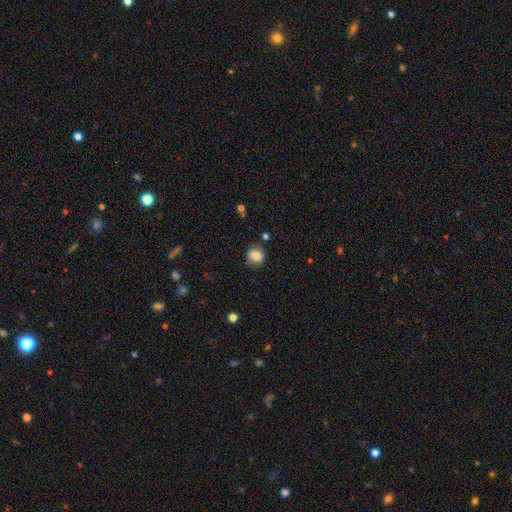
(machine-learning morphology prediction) type=smooth (84%); roundness=round (77%); merging=none (80%).